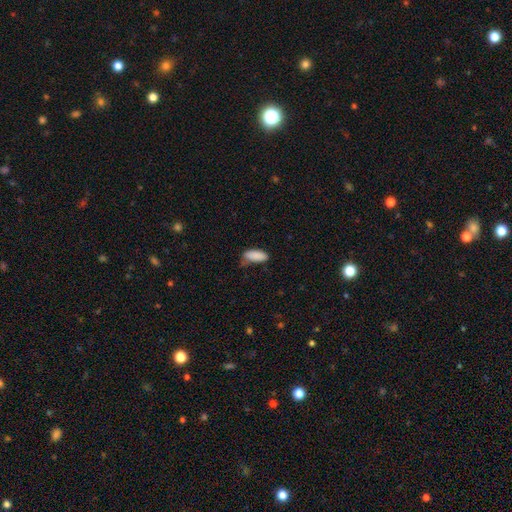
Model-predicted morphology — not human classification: smooth 88%, star or artifact 7%, featured or disk 5%. Down the decision tree: how rounded — in between (83%); merging — none (57%).